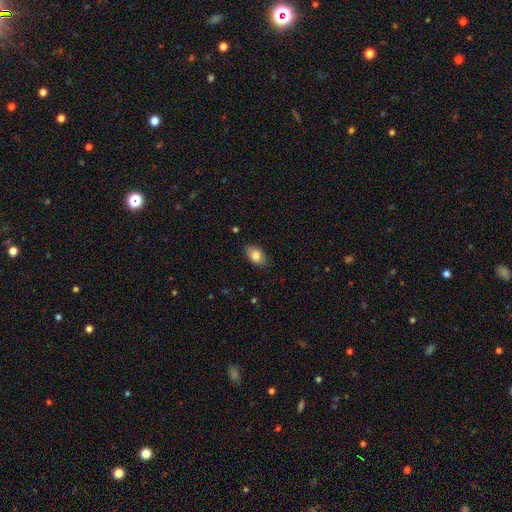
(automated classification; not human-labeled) This appears to be a smooth galaxy with no disk features (83%) that is in between round and cigar-shaped (89%). Merging: none (85%).